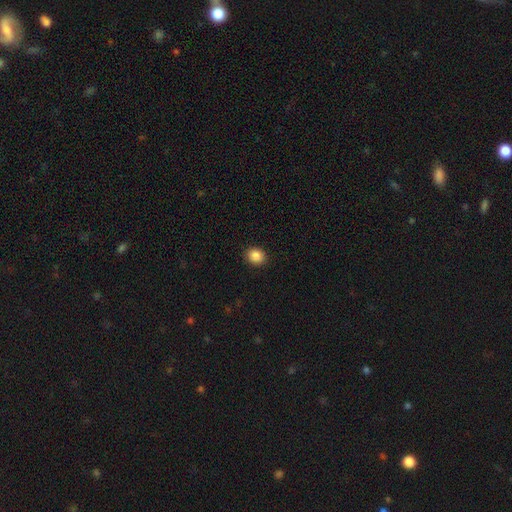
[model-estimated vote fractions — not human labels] Smooth or featured? smooth (88%)
How rounded? round (61%)
Merging? none (91%)